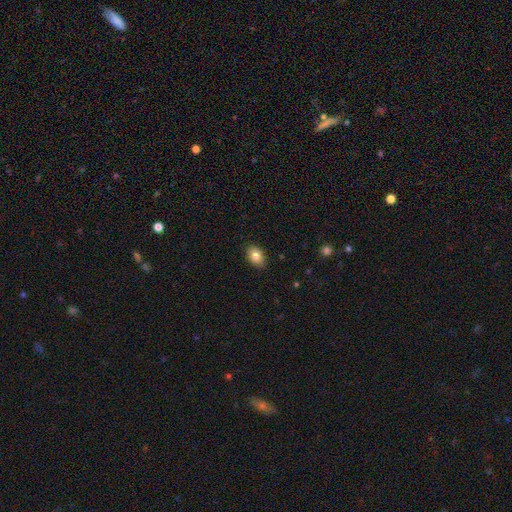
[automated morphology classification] type=smooth (85%); roundness=in between (81%); merging=none (88%).